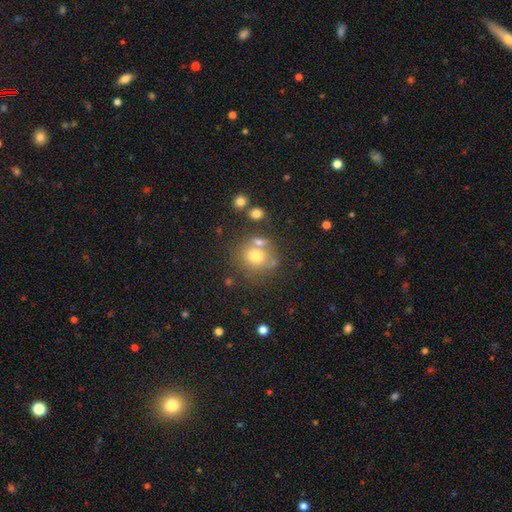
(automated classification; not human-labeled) Smooth or featured: smooth — 71% (featured or disk — 15%)
How rounded: round — 82% (in between — 17%)
Merging: none — 62% (merger — 20%)